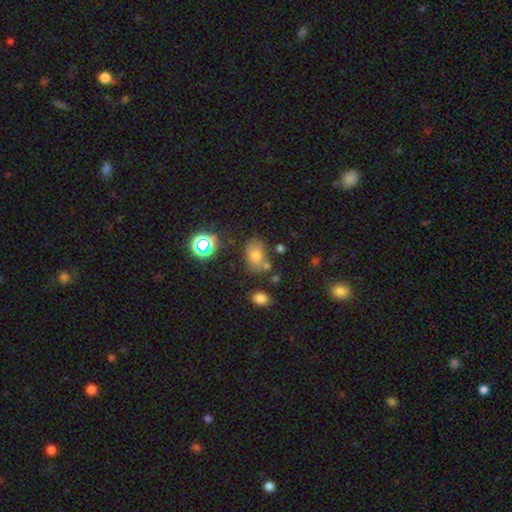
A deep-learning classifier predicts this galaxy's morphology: type=smooth (68%); roundness=in between (72%); merging=none (60%).